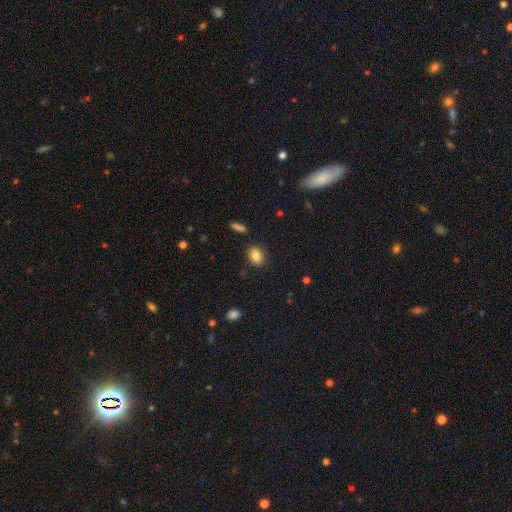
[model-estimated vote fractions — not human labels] This is clearly a smooth galaxy (84%). How rounded: likely in between (66%). Merging: clearly none (86%).